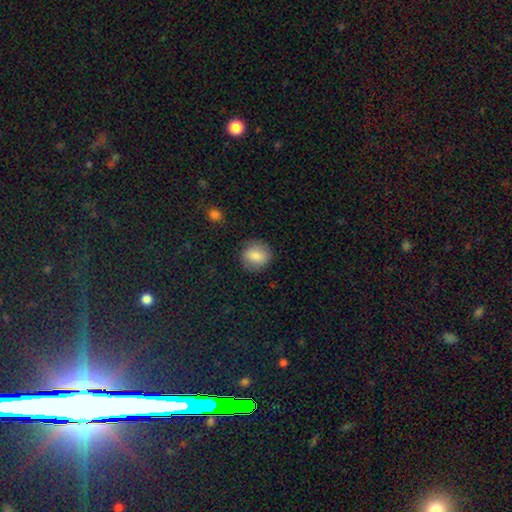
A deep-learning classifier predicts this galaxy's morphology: Smooth or featured: smooth — 80% (featured or disk — 11%)
How rounded: round — 84% (in between — 15%)
Merging: none — 85% (minor disturbance — 11%)